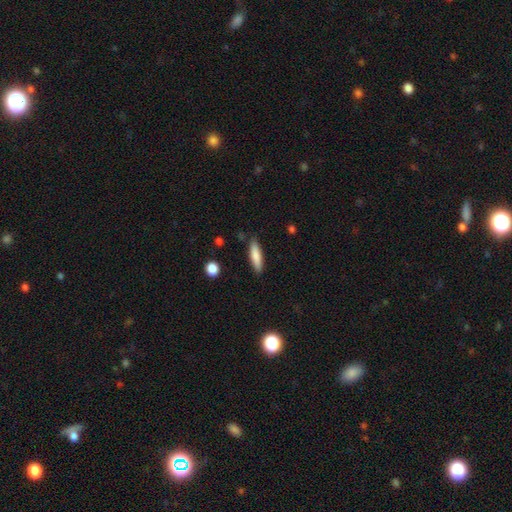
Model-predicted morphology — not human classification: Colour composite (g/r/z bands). It shows a smooth galaxy with no disk features (80%) that is cigar-shaped (74%). Merging: none (85%).